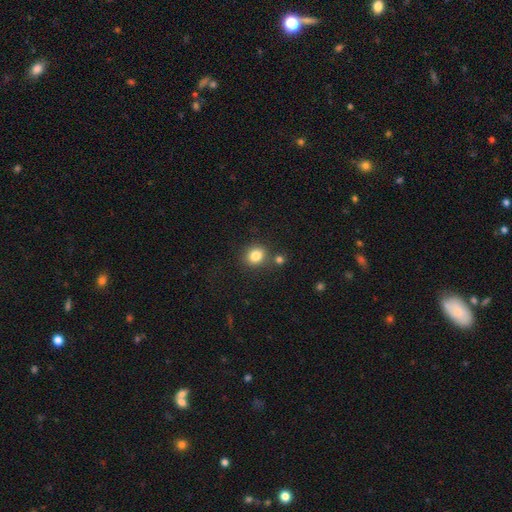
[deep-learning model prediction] smooth_or_featured: smooth (p=0.83) [alt: star or artifact p=0.11]
how_rounded: round (p=0.70) [alt: in between p=0.29]
merging: none (p=0.76) [alt: merger p=0.11]